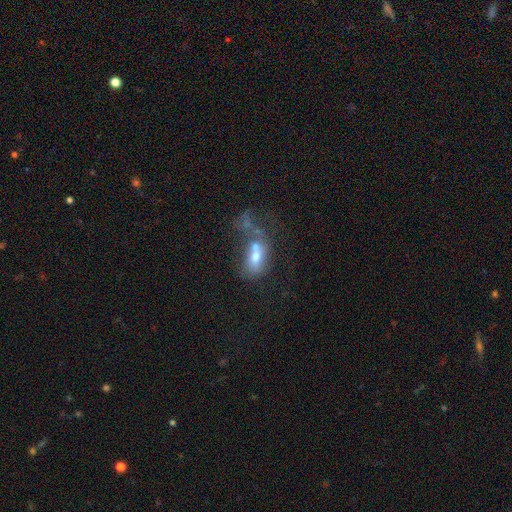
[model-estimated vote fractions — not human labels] Overall: smooth (49%; featured or disk 37%). Merging: merger (50%; major disturbance 22%).